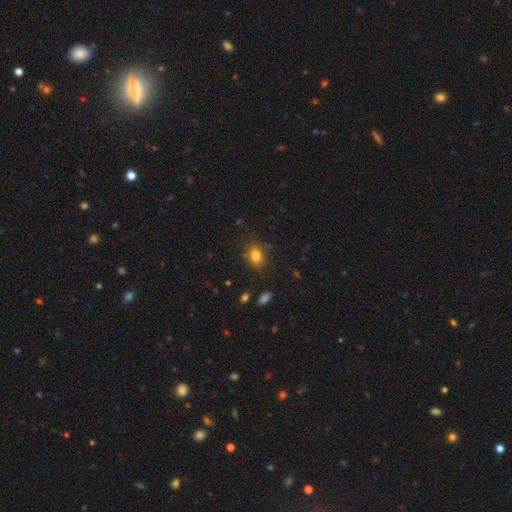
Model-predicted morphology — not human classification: This appears to be a smooth galaxy with no disk features (82%) that is in between round and cigar-shaped (65%). Merging: none (79%).